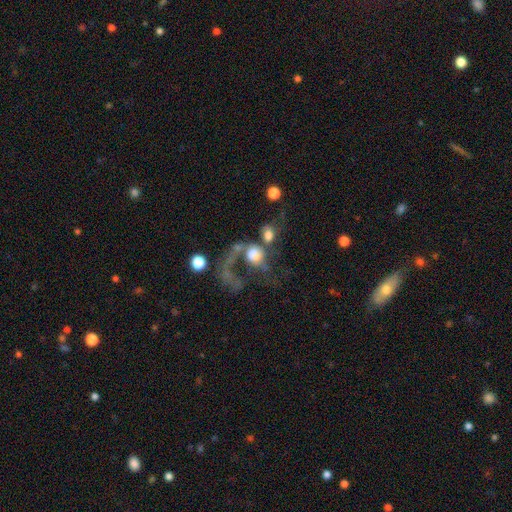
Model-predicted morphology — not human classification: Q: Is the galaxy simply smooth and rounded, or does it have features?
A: featured or disk — 46%.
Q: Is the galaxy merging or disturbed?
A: merger — 40%.